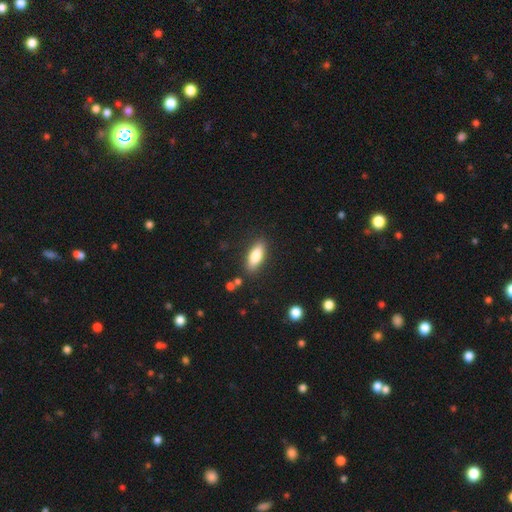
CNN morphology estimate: smooth 79%, featured or disk 14%, star or artifact 7%. Down the decision tree: how rounded — in between (73%); merging — none (85%).